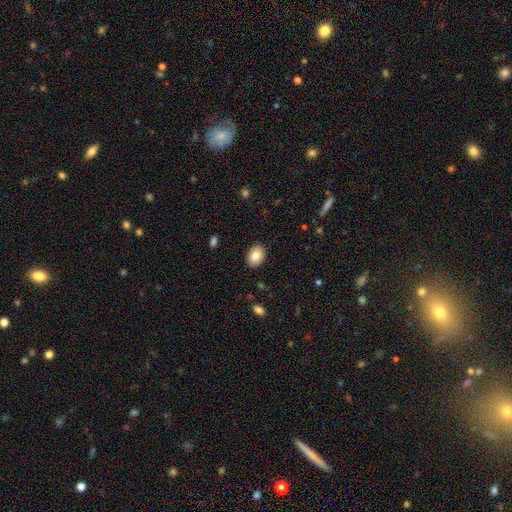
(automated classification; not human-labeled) The model was most divided on "how rounded": in between: 76%, round: 23%, cigar-shaped: 1%. More confident: merging — none (89%); smooth or featured — smooth (83%).